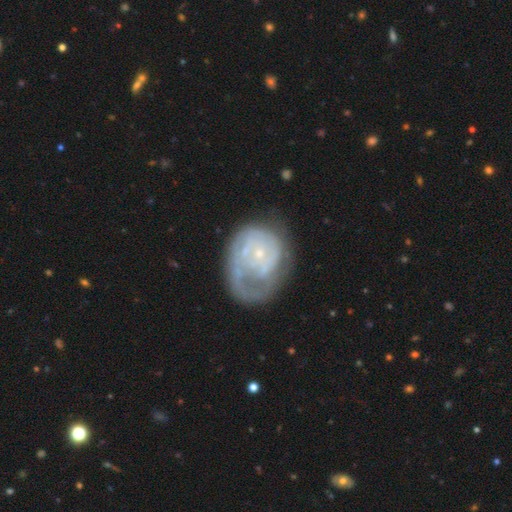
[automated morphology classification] Smooth or featured?
  - featured or disk: 72% *
  - smooth: 20%
  - star or artifact: 8%
Edge-on disk?
  - no: 97% *
  - yes: 3%
Bar?
  - no: 76% *
  - weak: 20%
  - strong: 4%
Spiral arms?
  - yes: 80% *
  - no: 20%
Spiral winding?
  - tight: 57% *
  - medium: 29%
  - loose: 14%
Spiral arm count?
  - can't tell: 37% *
  - 1: 25%
  - 2: 24%
  - 3: 7%
  - 4: 3%
  - more than 4: 3%
Bulge size?
  - small: 80% *
  - moderate: 13%
  - none: 5%
  - large: 1%
  - dominant: 1%
Merging?
  - none: 44% *
  - major disturbance: 28%
  - minor disturbance: 25%
  - merger: 4%